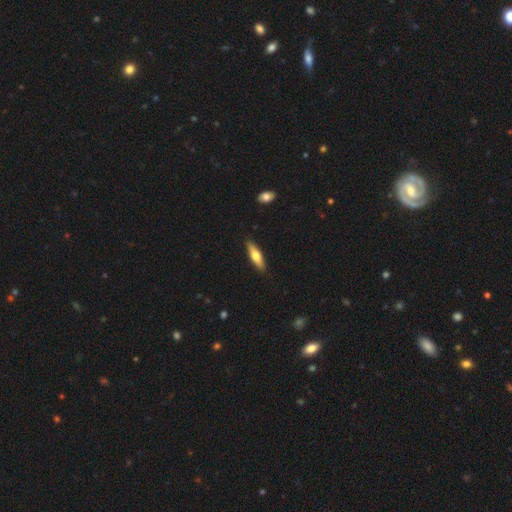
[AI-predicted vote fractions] Smooth or featured: smooth — 58% (featured or disk — 36%)
How rounded: cigar-shaped — 64% (in between — 34%)
Merging: none — 89% (minor disturbance — 8%)